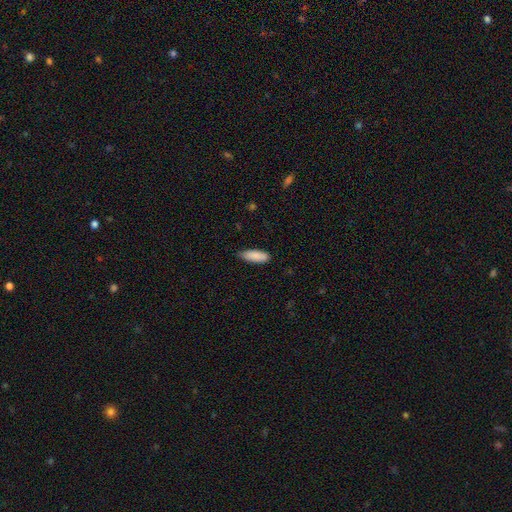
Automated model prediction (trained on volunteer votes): The model was most divided on "how rounded": in between: 72%, cigar-shaped: 27%, round: 2%. More confident: smooth or featured — smooth (88%); merging — none (76%).